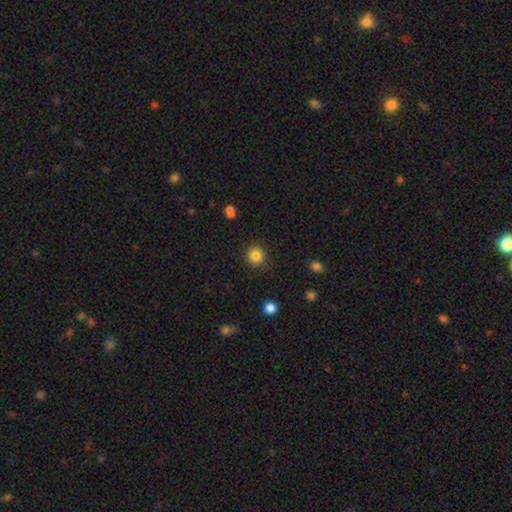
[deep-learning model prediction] This appears to be a smooth galaxy with no disk features (85%) that is round (93%). Merging: none (88%).